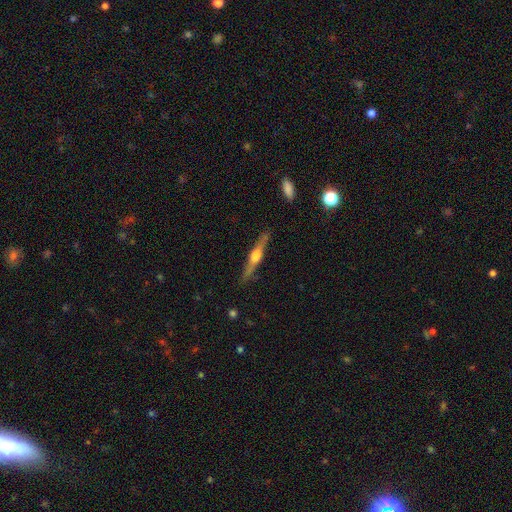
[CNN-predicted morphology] Overall: featured or disk (73%). Edge-on disk: yes (97%). Edge-on bulge: rounded (87%). Merging: none (86%).